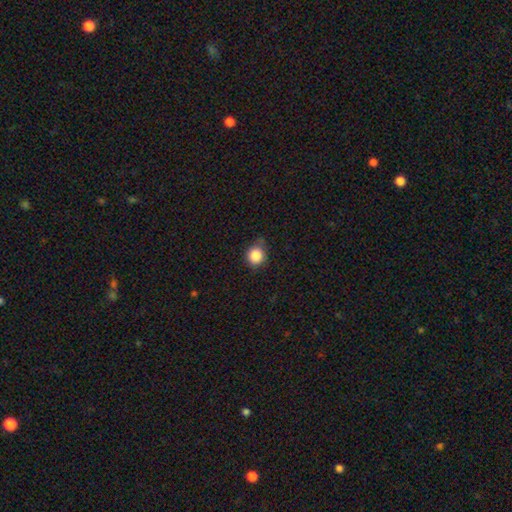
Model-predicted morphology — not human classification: This appears to be a smooth galaxy with no disk features (86%) that is round (86%). Merging: none (73%).